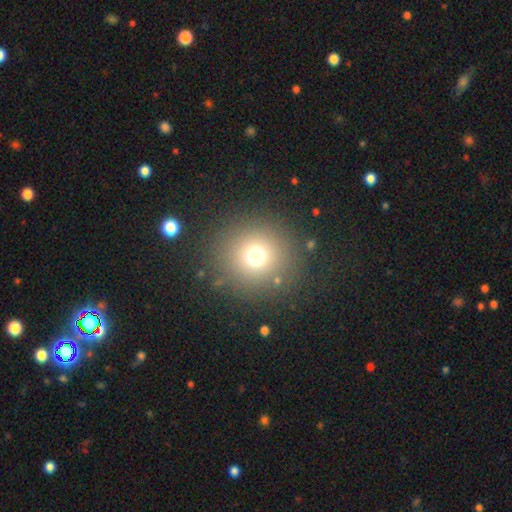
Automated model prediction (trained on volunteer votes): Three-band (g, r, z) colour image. It shows a smooth galaxy with no disk features (69%) that is round (94%). Merging: none (86%).